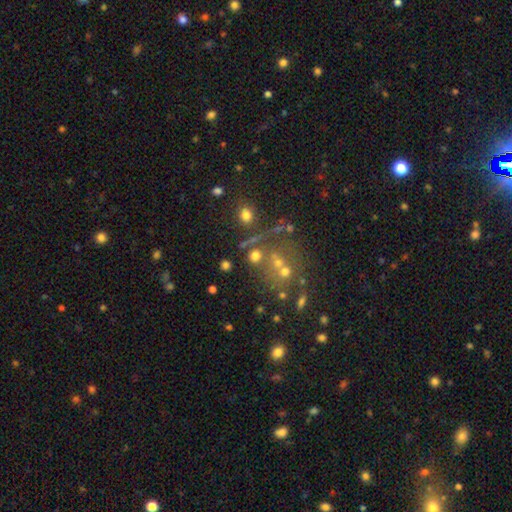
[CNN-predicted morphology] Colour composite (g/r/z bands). It shows a smooth galaxy with no disk features (60%) that is round (79%). Merging: none (60%).